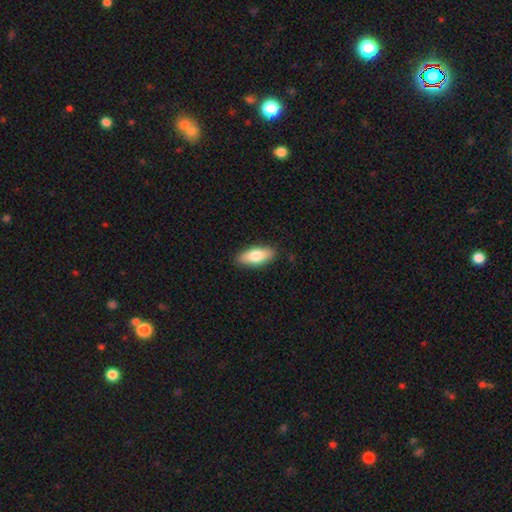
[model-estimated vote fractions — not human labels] The model was most divided on "how rounded": in between: 78%, cigar-shaped: 20%, round: 3%. More confident: merging — none (88%); smooth or featured — smooth (76%).